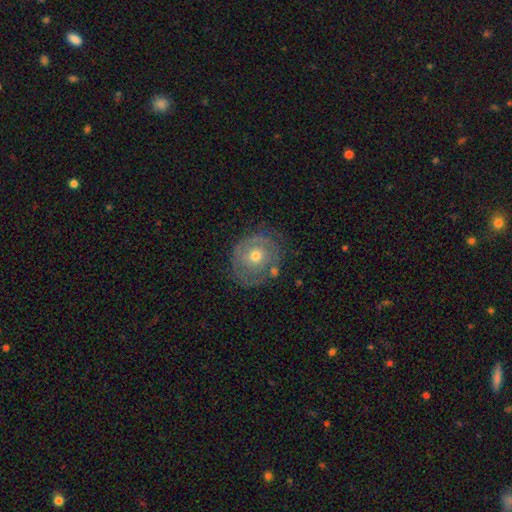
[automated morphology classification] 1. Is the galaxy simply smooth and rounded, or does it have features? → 58% featured or disk, 35% smooth, 7% star or artifact.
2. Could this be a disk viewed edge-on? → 96% no, 4% yes.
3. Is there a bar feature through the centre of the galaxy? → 87% no, 11% weak, 2% strong.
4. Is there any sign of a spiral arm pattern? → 51% yes, 49% no.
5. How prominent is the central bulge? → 69% moderate, 25% small, 4% large, 1% none, 1% dominant.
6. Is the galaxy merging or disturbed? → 67% none, 20% minor disturbance, 9% major disturbance, 4% merger.